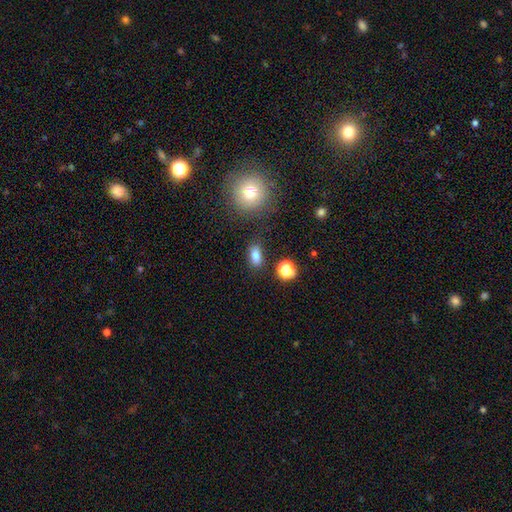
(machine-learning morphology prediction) A smooth galaxy with no disk features (80%) that is in between round and cigar-shaped (79%).

Vote fractions:
- Smooth or featured? smooth: 80% / star or artifact: 13% / featured or disk: 7%
- How rounded? in between: 79% / round: 14% / cigar-shaped: 6%
- Merging? none: 76% / minor disturbance: 14% / merger: 6% / major disturbance: 4%